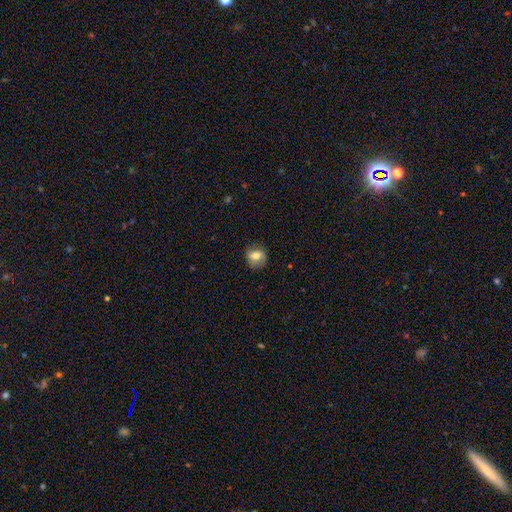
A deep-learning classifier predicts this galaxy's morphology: smooth-or-featured: smooth: 71% | featured or disk: 19% | star or artifact: 10%
  how-rounded: round: 63% | in between: 36% | cigar-shaped: 1%
  merging: none: 76% | minor disturbance: 18% | major disturbance: 5% | merger: 1%